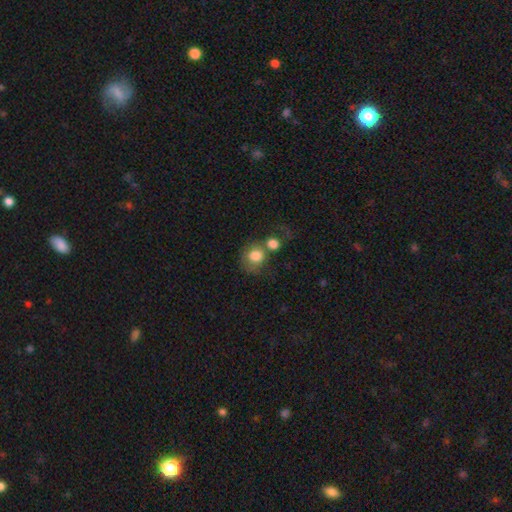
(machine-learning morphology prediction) Q: Smooth or featured?
A: smooth (78%); runner-up: featured or disk (14%)
Q: How rounded?
A: round (74%); runner-up: in between (25%)
Q: Merging?
A: merger (45%); runner-up: none (30%)